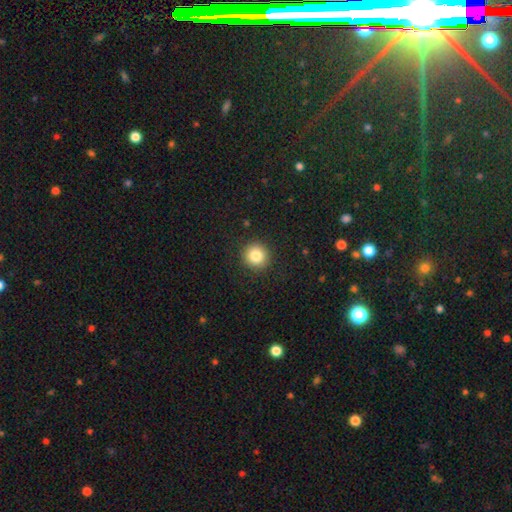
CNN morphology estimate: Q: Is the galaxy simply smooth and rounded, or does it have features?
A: smooth — 83%.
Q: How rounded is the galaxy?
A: round — 94%.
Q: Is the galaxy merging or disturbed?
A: none — 92%.